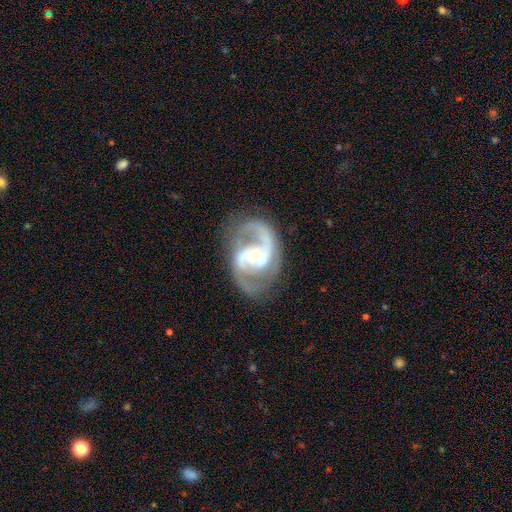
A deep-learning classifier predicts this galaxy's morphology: Q: Smooth or featured?
A: featured or disk (92%); runner-up: star or artifact (5%)
Q: Edge-on disk?
A: no (98%); runner-up: yes (2%)
Q: Bar?
A: no (52%); runner-up: weak (34%)
Q: Spiral arms?
A: yes (98%); runner-up: no (2%)
Q: Spiral winding?
A: medium (62%); runner-up: loose (22%)
Q: Spiral arm count?
A: 2 (92%); runner-up: 3 (2%)
Q: Bulge size?
A: small (66%); runner-up: moderate (30%)
Q: Merging?
A: none (76%); runner-up: minor disturbance (14%)